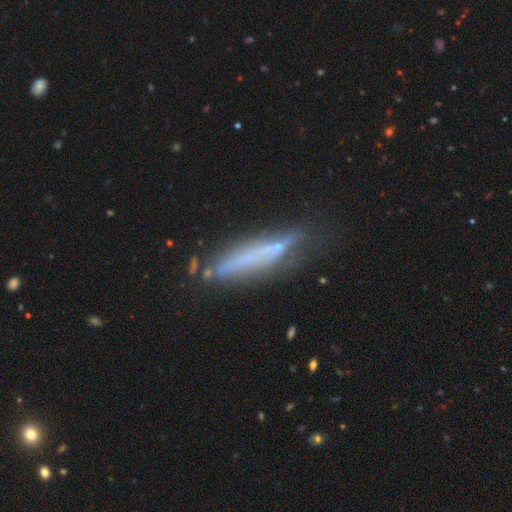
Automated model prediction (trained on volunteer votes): A featured or disk galaxy (46%).

Vote fractions:
- Smooth or featured? featured or disk: 46% / smooth: 44% / star or artifact: 10%
- Merging? none: 64% / minor disturbance: 23% / major disturbance: 9% / merger: 4%